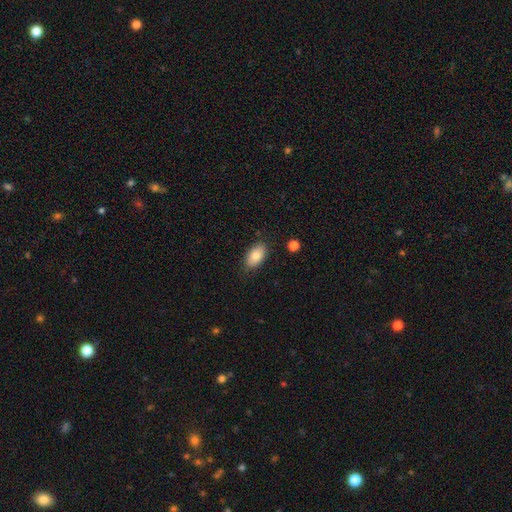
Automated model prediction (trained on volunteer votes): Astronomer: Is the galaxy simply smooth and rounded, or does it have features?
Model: smooth — 83%.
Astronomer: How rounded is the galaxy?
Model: in between — 93%.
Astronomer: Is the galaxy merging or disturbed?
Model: none — 84%.